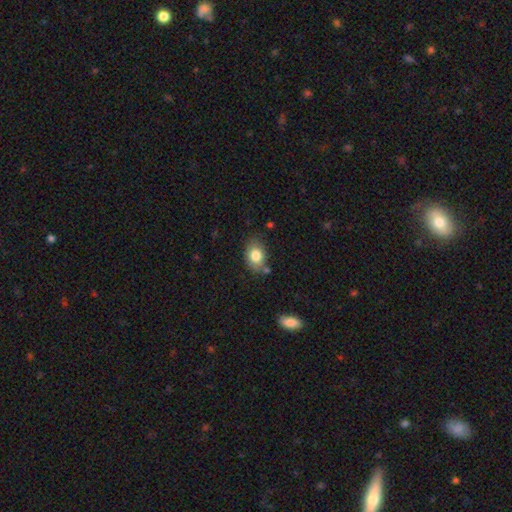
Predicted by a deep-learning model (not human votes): The model was most divided on "merging": none: 68%, minor disturbance: 21%, merger: 6%, major disturbance: 5%. More confident: smooth or featured — smooth (81%); how rounded — in between (77%).